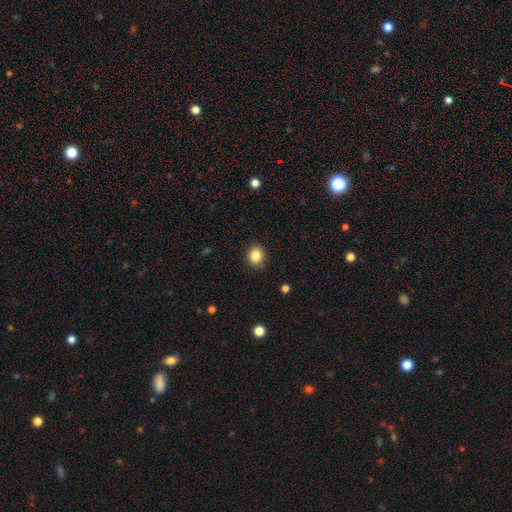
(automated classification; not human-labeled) Smooth or featured? Predicted: smooth (p=0.84). How rounded? Predicted: round (p=0.75). Merging? Predicted: none (p=0.89).